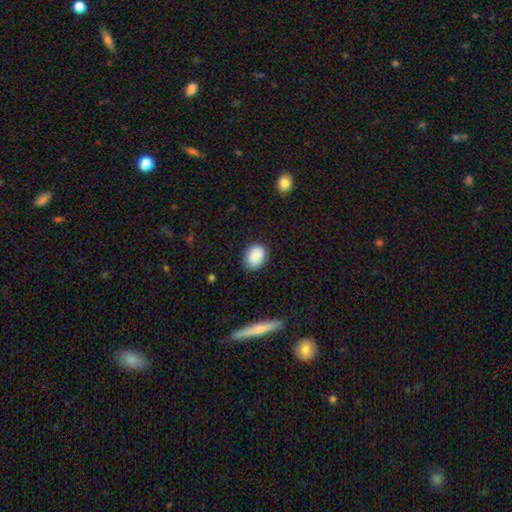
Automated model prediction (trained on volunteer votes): Q: Smooth or featured?
A: smooth (87%); runner-up: star or artifact (7%)
Q: How rounded?
A: in between (55%); runner-up: round (44%)
Q: Merging?
A: none (78%); runner-up: minor disturbance (17%)